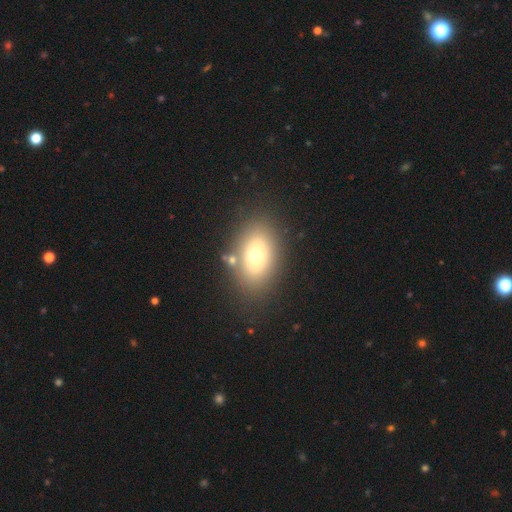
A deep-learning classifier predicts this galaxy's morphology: The model was most divided on "smooth or featured": smooth: 69%, featured or disk: 19%, star or artifact: 11%. More confident: how rounded — in between (82%); merging — none (79%).